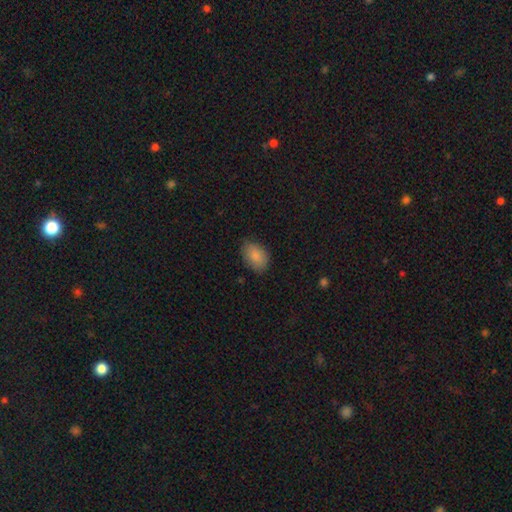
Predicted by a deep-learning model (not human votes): Smooth or featured?
  - smooth: 87% *
  - star or artifact: 7%
  - featured or disk: 6%
How rounded?
  - in between: 86% *
  - round: 13%
  - cigar-shaped: 1%
Merging?
  - none: 79% *
  - minor disturbance: 17%
  - major disturbance: 3%
  - merger: 1%